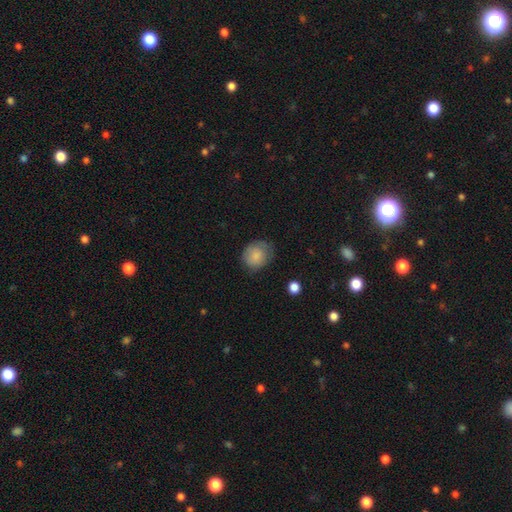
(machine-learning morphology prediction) This is clearly a smooth galaxy (82%). How rounded: likely round (64%). Merging: likely none (64%).